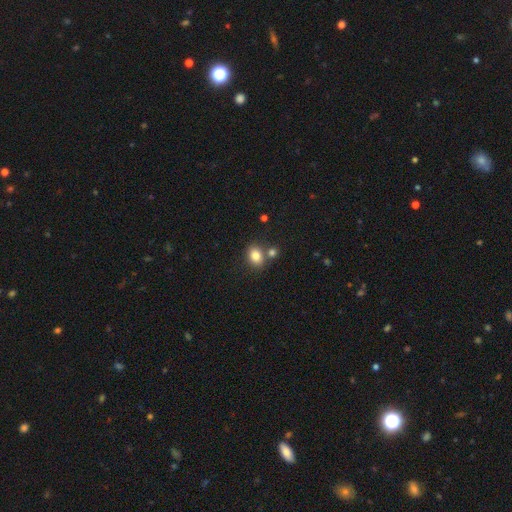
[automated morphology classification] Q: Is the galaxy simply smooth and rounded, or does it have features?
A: smooth — 82%.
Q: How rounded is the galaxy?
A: in between — 57%.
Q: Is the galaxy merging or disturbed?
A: none — 62%.